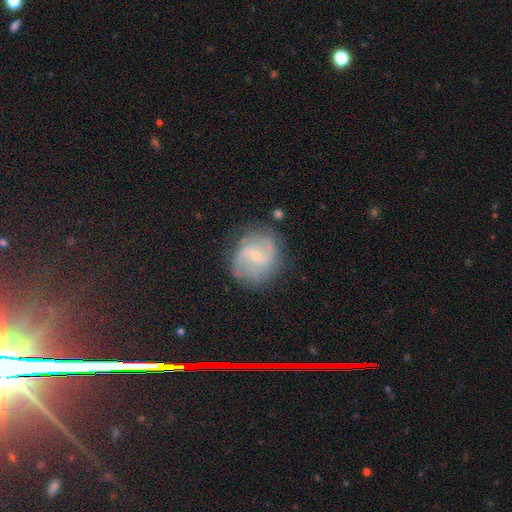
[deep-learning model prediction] A featured or disk galaxy (79%) with a weak bar (51%), 2 (70%) medium (46%) spiral arms (93%) and a small central bulge (78%).

Vote fractions:
- Smooth or featured? featured or disk: 79% / smooth: 14% / star or artifact: 7%
- Edge-on disk? no: 98% / yes: 2%
- Bar? weak: 51% / no: 37% / strong: 12%
- Spiral arms? yes: 93% / no: 7%
- Spiral winding? medium: 46% / loose: 35% / tight: 20%
- Spiral arm count? 2: 70% / can't tell: 13% / 3: 7% / 1: 3% / 4: 3% / more than 4: 3%
- Bulge size? small: 78% / moderate: 17% / none: 3% / large: 1% / dominant: 1%
- Merging? none: 73% / minor disturbance: 18% / major disturbance: 7% / merger: 2%